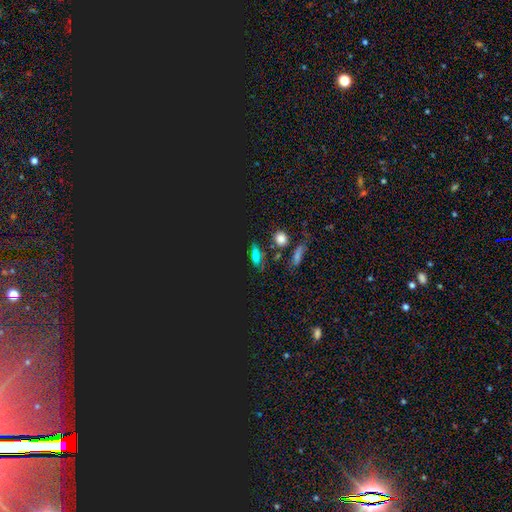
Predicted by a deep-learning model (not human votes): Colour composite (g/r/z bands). It shows a star or artifact, not a galaxy (48%).